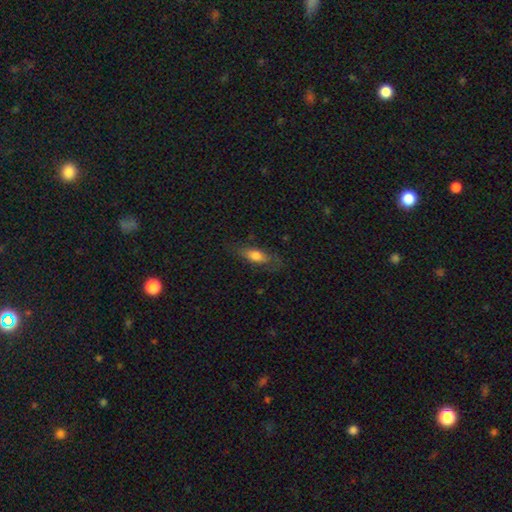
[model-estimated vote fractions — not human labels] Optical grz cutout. It shows a smooth galaxy with no disk features (69%) that is in between round and cigar-shaped (65%). Merging: none (67%).